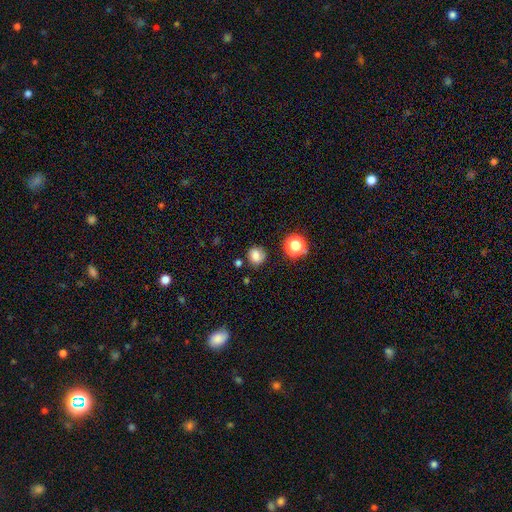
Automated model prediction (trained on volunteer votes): Smooth or featured? Predicted: smooth (p=0.76). How rounded? Predicted: round (p=0.78). Merging? Predicted: none (p=0.77).